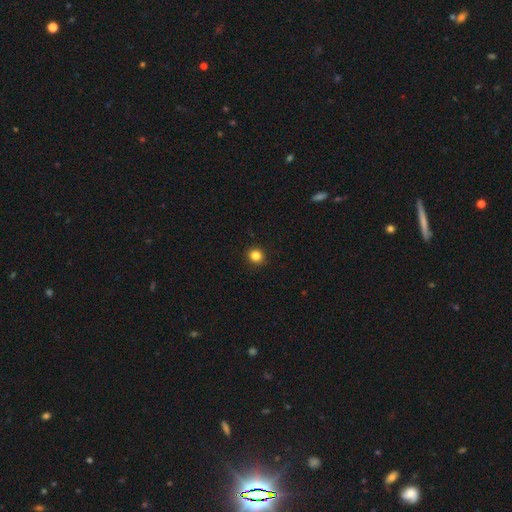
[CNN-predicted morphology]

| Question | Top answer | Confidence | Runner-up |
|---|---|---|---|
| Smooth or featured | smooth | 84% | star or artifact (12%) |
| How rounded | round | 90% | in between (10%) |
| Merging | none | 93% | minor disturbance (5%) |